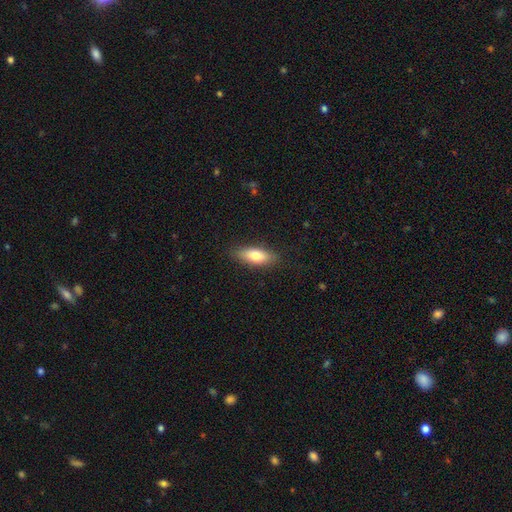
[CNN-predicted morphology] A smooth galaxy with no disk features (74%) that is in between round and cigar-shaped (69%). Merging: none (86%).